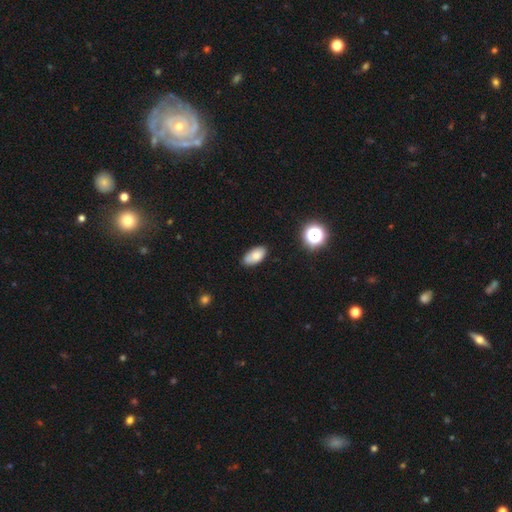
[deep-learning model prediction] Smooth or featured?
  - smooth: 80% *
  - featured or disk: 10%
  - star or artifact: 10%
How rounded?
  - in between: 93% *
  - round: 4%
  - cigar-shaped: 3%
Merging?
  - none: 76% *
  - minor disturbance: 19%
  - major disturbance: 3%
  - merger: 2%